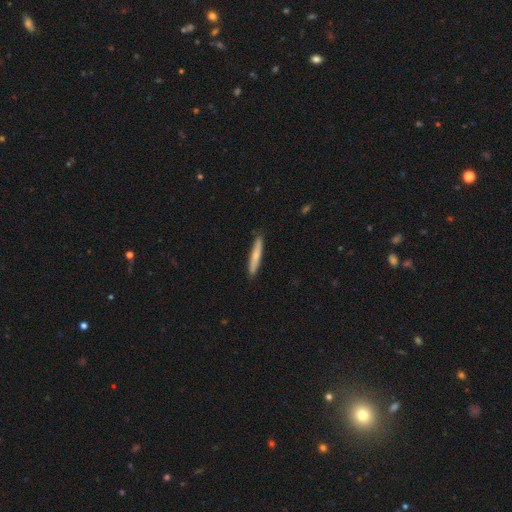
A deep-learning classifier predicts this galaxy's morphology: Q: Smooth or featured?
A: smooth (65%); runner-up: featured or disk (30%)
Q: How rounded?
A: cigar-shaped (95%); runner-up: in between (4%)
Q: Merging?
A: none (88%); runner-up: minor disturbance (9%)